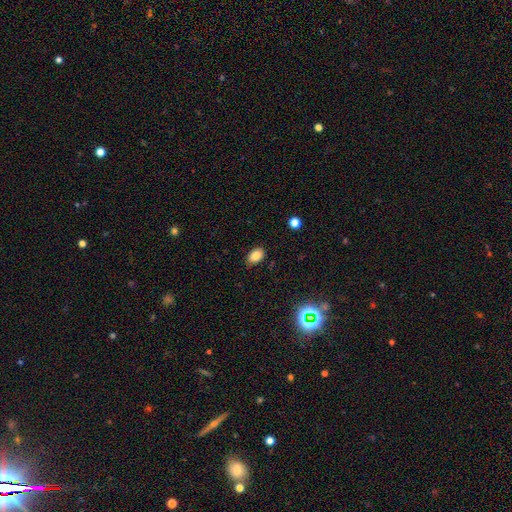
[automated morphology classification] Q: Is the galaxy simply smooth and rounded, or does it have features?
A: smooth — 83%.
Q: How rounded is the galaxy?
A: in between — 86%.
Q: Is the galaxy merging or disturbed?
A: none — 82%.